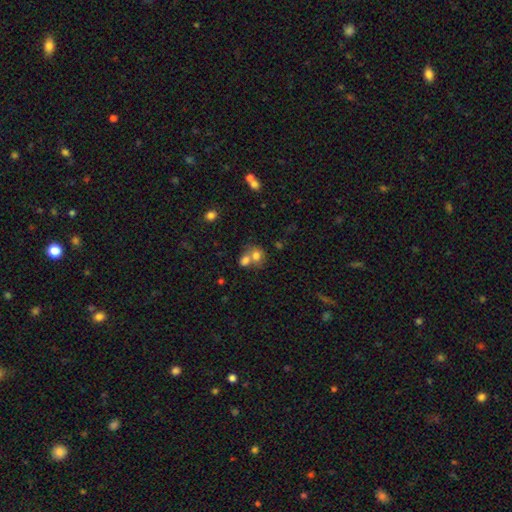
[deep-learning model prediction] A smooth galaxy with no disk features (74%) that is round (63%). Merging: merger (57%).